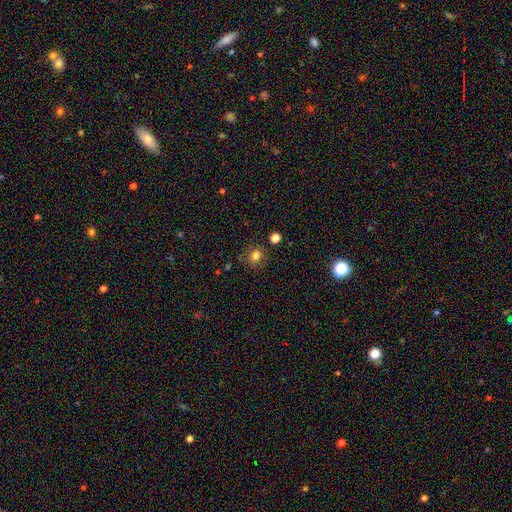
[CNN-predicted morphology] This appears to be a smooth galaxy with no disk features (78%) that is round (69%). Merging: none (75%).